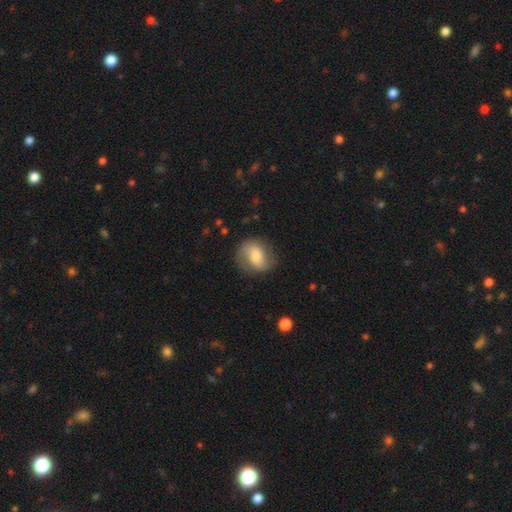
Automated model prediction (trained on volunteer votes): This appears to be a featured or disk galaxy (52%) with a weak bar (43%), spiral arms (79%) and a moderate central bulge (57%). Merging: none (76%).